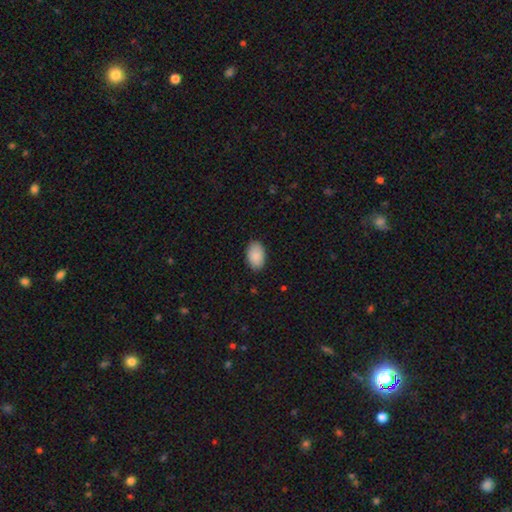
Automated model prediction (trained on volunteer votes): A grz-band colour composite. It shows a smooth galaxy with no disk features (90%) that is in between round and cigar-shaped (92%). Merging: none (87%).